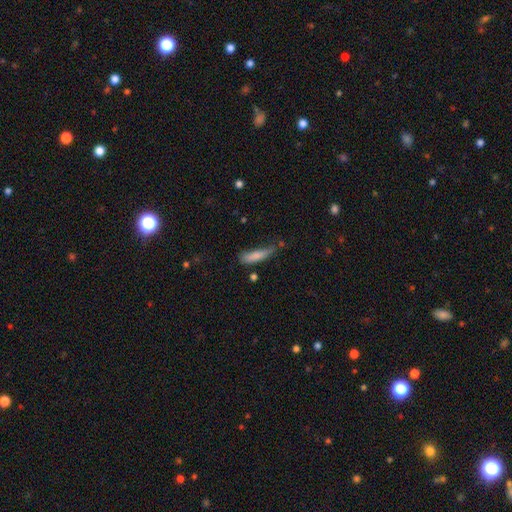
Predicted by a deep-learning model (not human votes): A smooth galaxy with no disk features (79%) that is cigar-shaped (75%).

Vote fractions:
- Smooth or featured? smooth: 79% / featured or disk: 13% / star or artifact: 7%
- How rounded? cigar-shaped: 75% / in between: 23% / round: 2%
- Merging? none: 46% / minor disturbance: 36% / major disturbance: 12% / merger: 6%